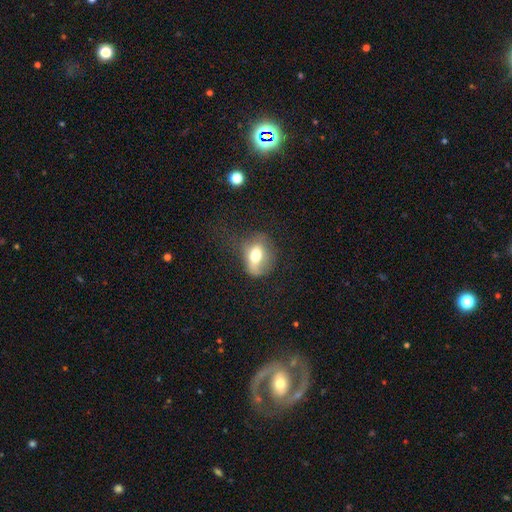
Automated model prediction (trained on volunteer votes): Q: Smooth or featured?
A: smooth (64%); runner-up: featured or disk (27%)
Q: How rounded?
A: in between (70%); runner-up: round (28%)
Q: Merging?
A: none (44%); runner-up: minor disturbance (30%)